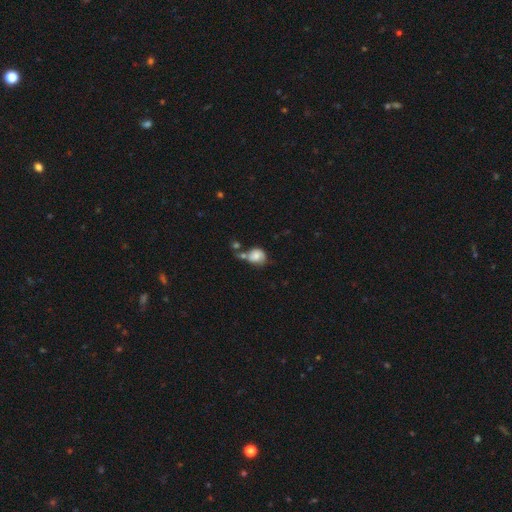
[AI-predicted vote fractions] Overall: smooth (73%). How rounded: round (68%; in between 31%). Merging: none (35%; merger 30%).